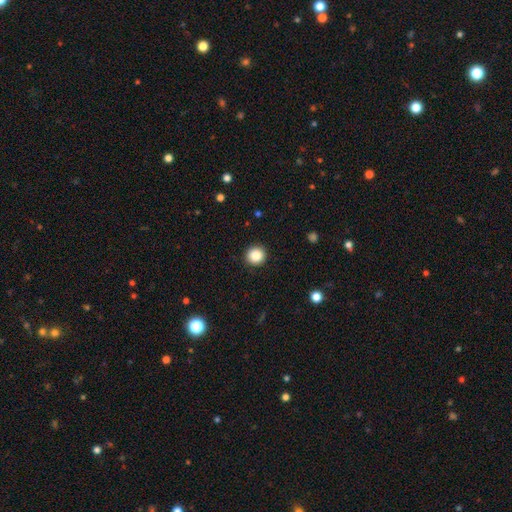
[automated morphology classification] Smooth or featured?
  - smooth: 87% *
  - star or artifact: 9%
  - featured or disk: 3%
How rounded?
  - round: 91% *
  - in between: 8%
  - cigar-shaped: 1%
Merging?
  - none: 92% *
  - minor disturbance: 5%
  - major disturbance: 2%
  - merger: 1%